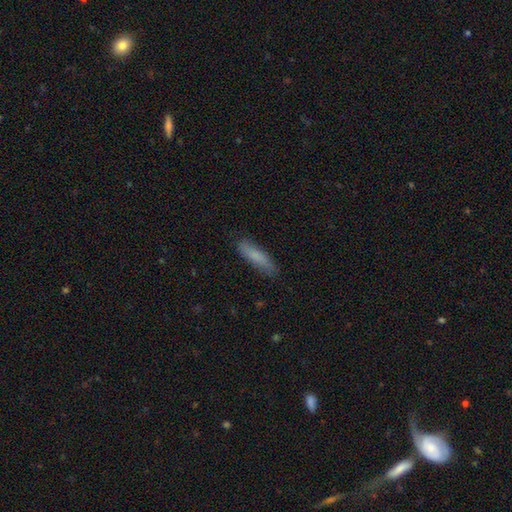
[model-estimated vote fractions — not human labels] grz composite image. It shows a smooth galaxy with no disk features (80%) that is cigar-shaped (75%). Merging: none (82%).